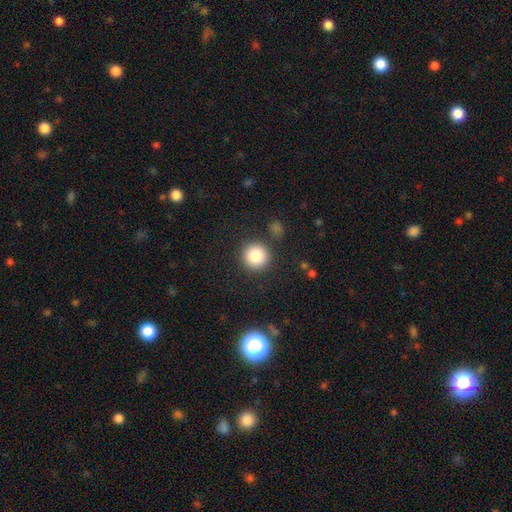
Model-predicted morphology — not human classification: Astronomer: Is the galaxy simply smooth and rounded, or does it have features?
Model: smooth — 84%.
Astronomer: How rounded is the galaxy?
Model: round — 94%.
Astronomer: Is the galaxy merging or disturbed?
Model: none — 87%.